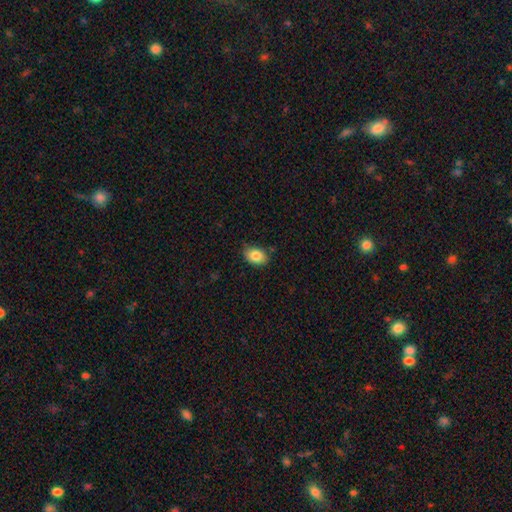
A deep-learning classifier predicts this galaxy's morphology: smooth 84%, featured or disk 8%, star or artifact 8%. Down the decision tree: how rounded — in between (80%); merging — none (77%).